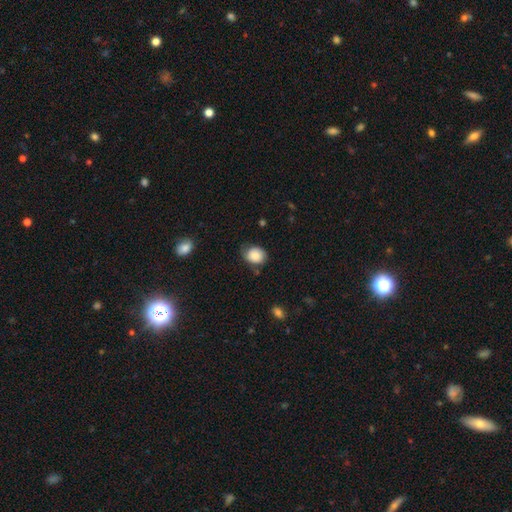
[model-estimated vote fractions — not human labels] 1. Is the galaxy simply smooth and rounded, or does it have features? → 82% smooth, 10% featured or disk, 8% star or artifact.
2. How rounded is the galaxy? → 51% round, 48% in between, 1% cigar-shaped.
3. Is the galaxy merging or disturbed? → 61% none, 28% minor disturbance, 8% major disturbance, 2% merger.